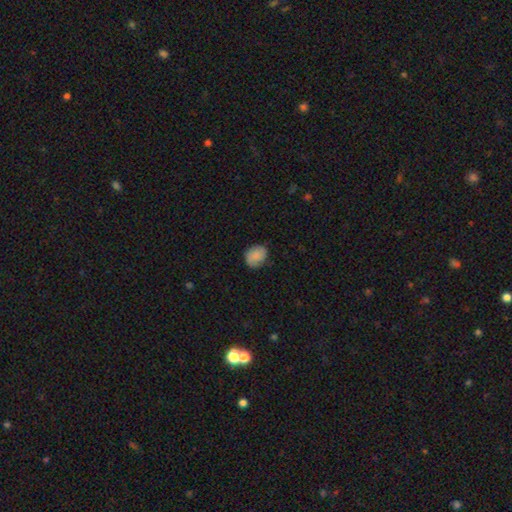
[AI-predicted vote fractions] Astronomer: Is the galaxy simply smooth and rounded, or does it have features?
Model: smooth — 78%.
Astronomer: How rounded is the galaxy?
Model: round — 54% (runner-up: in between, 45%).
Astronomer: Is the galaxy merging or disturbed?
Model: none — 73%.